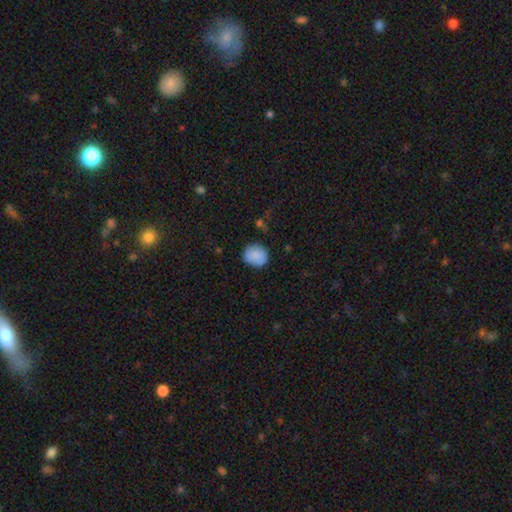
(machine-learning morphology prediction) This appears to be a smooth galaxy with no disk features (87%) that is round (82%). Merging: none (81%).